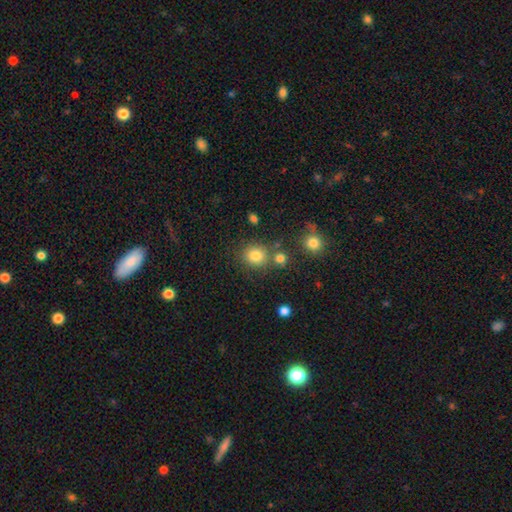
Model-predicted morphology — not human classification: Q: Smooth or featured?
A: smooth (81%); runner-up: star or artifact (13%)
Q: How rounded?
A: round (83%); runner-up: in between (16%)
Q: Merging?
A: none (72%); runner-up: merger (14%)